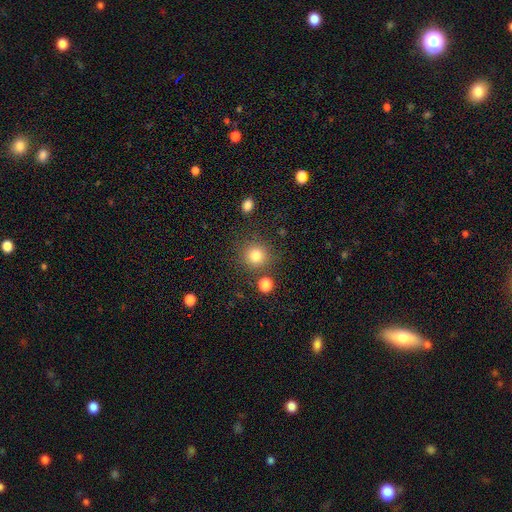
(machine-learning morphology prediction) This is clearly a smooth galaxy (82%). How rounded: clearly round (92%). Merging: clearly none (82%).